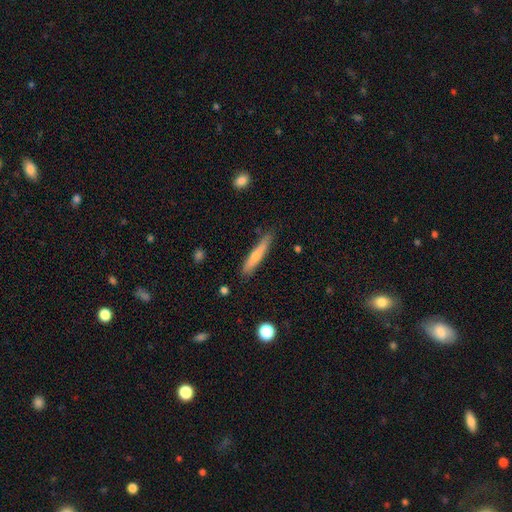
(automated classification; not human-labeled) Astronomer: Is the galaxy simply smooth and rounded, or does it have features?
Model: smooth — 61%.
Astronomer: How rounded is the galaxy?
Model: cigar-shaped — 92%.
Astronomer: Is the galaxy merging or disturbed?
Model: none — 81%.